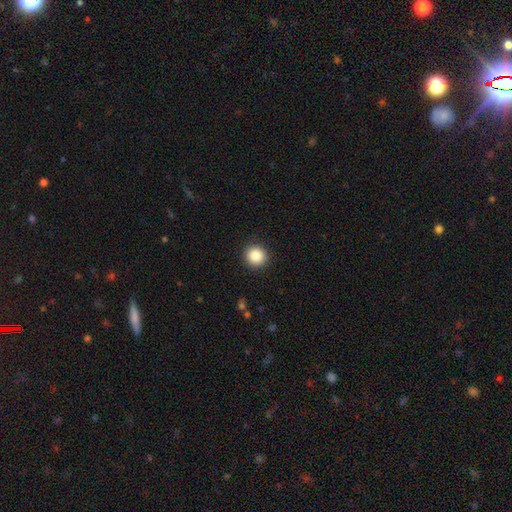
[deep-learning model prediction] smooth-or-featured: smooth: 87% | star or artifact: 9% | featured or disk: 4%
  how-rounded: round: 95% | in between: 4% | cigar-shaped: 1%
  merging: none: 91% | minor disturbance: 6% | major disturbance: 2% | merger: 1%